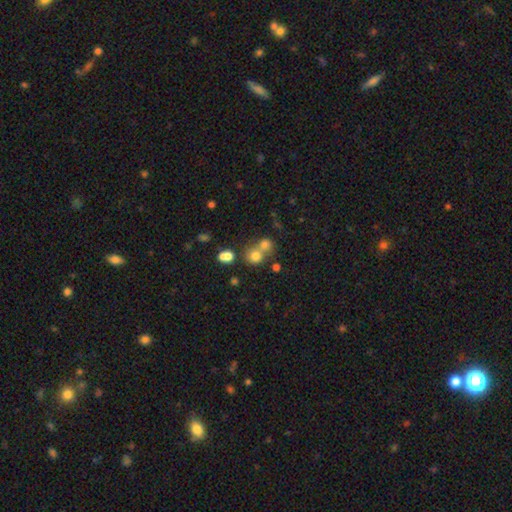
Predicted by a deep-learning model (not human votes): smooth_or_featured: smooth (p=0.73) [alt: star or artifact p=0.17]
how_rounded: round (p=0.82) [alt: in between p=0.17]
merging: merger (p=0.46) [alt: none p=0.45]